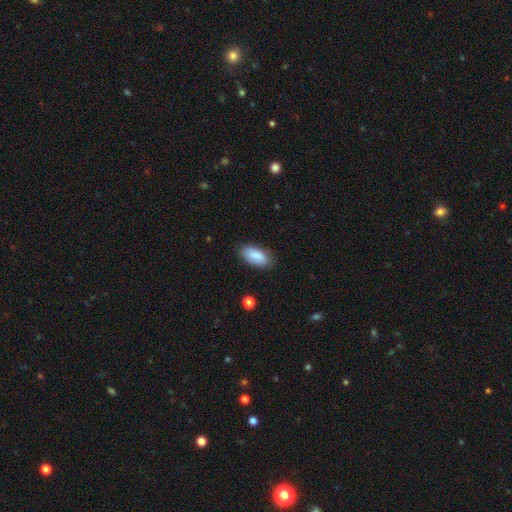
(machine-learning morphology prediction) The model was most divided on "merging": none: 83%, minor disturbance: 13%, major disturbance: 3%, merger: 1%. More confident: how rounded — in between (88%); smooth or featured — smooth (88%).